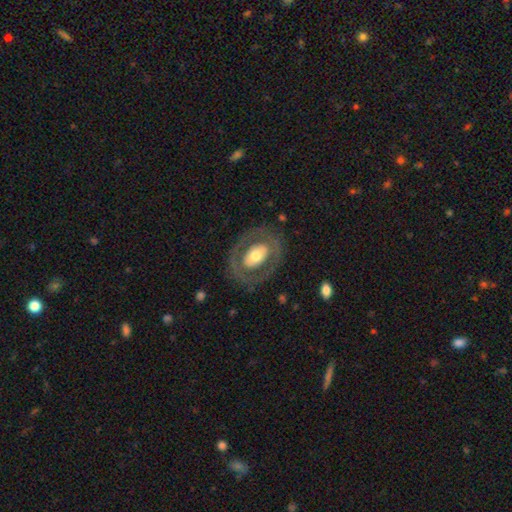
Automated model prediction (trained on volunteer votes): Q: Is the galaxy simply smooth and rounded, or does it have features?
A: featured or disk — 54%.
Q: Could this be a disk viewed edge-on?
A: no — 93%.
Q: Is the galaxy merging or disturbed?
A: none — 78%.